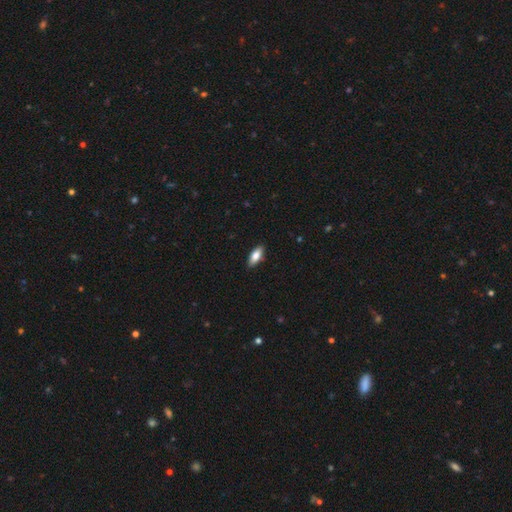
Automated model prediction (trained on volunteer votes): Smooth or featured? smooth (81%)
How rounded? in between (79%)
Merging? none (88%)